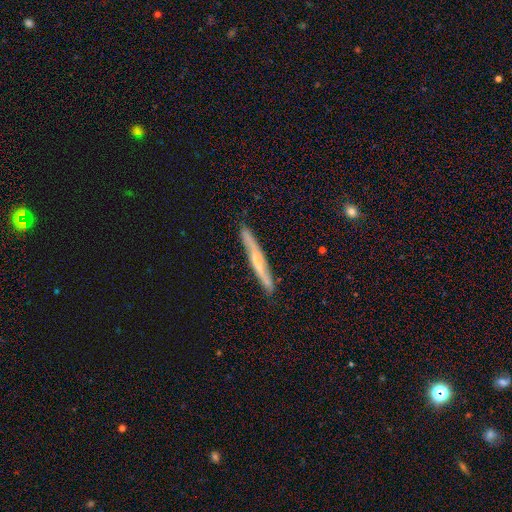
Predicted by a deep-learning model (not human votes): This appears to be a featured or disk galaxy (61%) viewed edge-on (92%) with no central bulge (48%). Merging: none (87%).